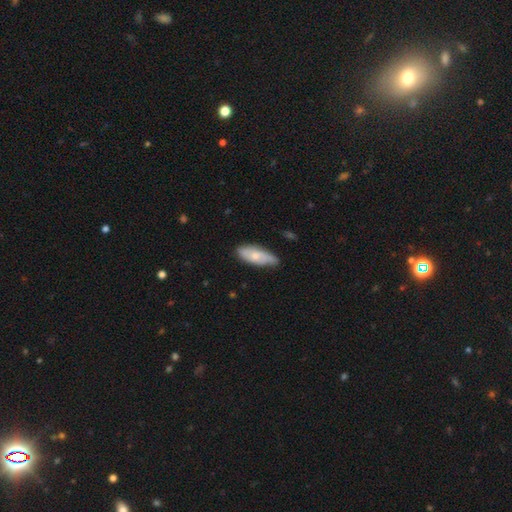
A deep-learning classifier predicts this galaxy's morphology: Smooth or featured? Predicted: smooth (p=0.59). How rounded? Predicted: in between (p=0.75). Merging? Predicted: none (p=0.64).